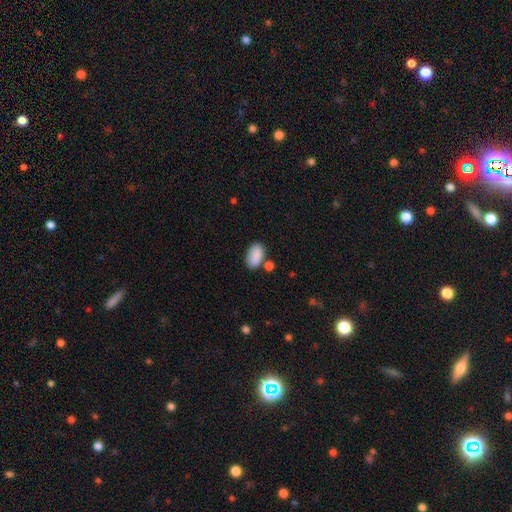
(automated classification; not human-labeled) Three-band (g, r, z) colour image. It shows a smooth galaxy with no disk features (88%) that is in between round and cigar-shaped (93%). Merging: none (68%).